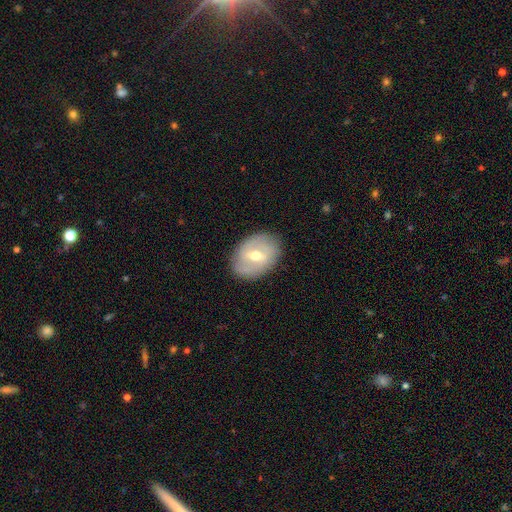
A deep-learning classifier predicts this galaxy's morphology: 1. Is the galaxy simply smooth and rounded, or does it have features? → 62% featured or disk, 31% smooth, 7% star or artifact.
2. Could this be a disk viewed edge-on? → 93% no, 7% yes.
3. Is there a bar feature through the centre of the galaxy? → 53% weak, 27% strong, 21% no.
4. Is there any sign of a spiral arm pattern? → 60% yes, 40% no.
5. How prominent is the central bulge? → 70% moderate, 25% small, 4% large, 1% none, 1% dominant.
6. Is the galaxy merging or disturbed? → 83% none, 13% minor disturbance, 4% major disturbance, 1% merger.